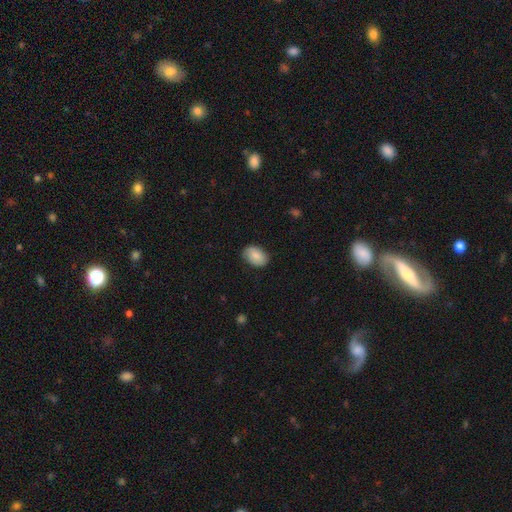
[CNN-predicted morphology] The model was most divided on "merging": none: 81%, minor disturbance: 15%, major disturbance: 3%, merger: 1%. More confident: how rounded — in between (85%); smooth or featured — smooth (82%).